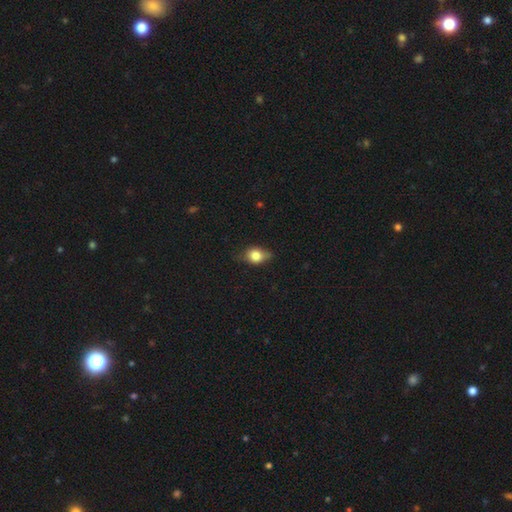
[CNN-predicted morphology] smooth_or_featured: smooth (p=0.72) [alt: featured or disk p=0.18]
how_rounded: in between (p=0.59) [alt: round p=0.38]
merging: none (p=0.63) [alt: minor disturbance p=0.29]